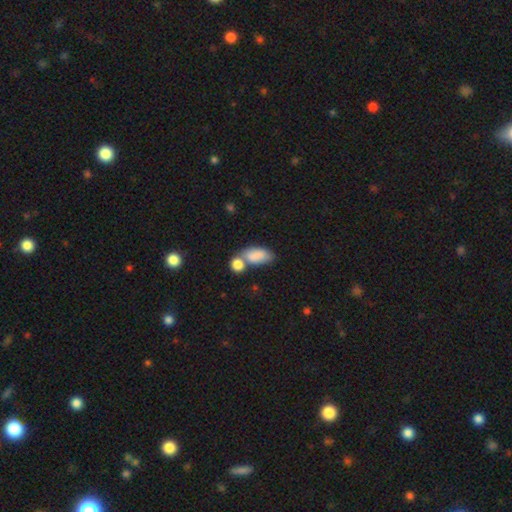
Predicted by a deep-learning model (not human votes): Overall: smooth (84%). How rounded: in between (89%). Merging: merger (46%; none 35%).